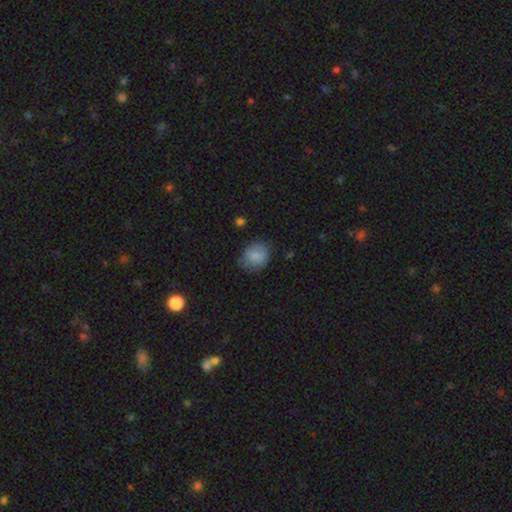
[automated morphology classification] This appears to be a smooth galaxy with no disk features (82%) that is round (58%). Merging: none (68%).